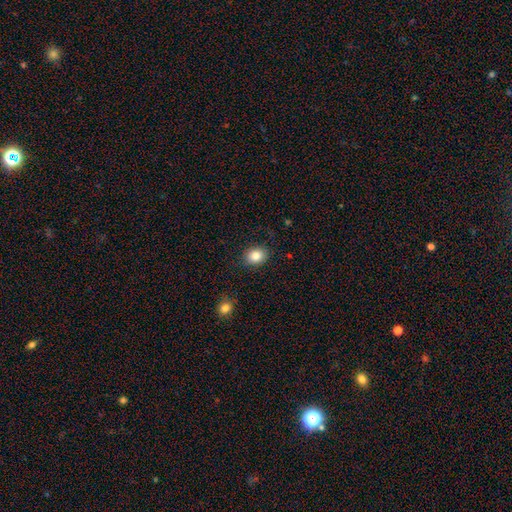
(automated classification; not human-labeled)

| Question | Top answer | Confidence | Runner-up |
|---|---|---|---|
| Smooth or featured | smooth | 84% | star or artifact (9%) |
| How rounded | round | 55% | in between (44%) |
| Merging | none | 88% | minor disturbance (9%) |